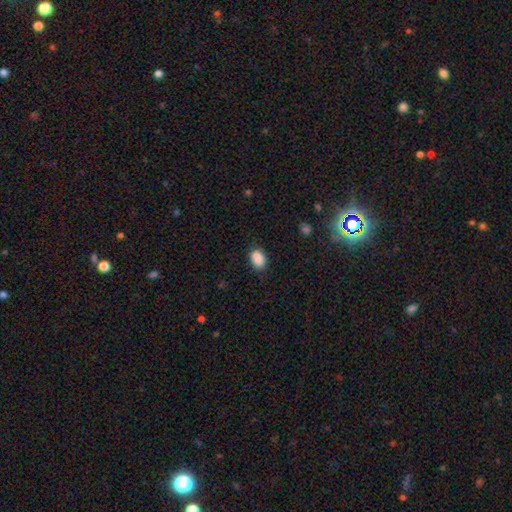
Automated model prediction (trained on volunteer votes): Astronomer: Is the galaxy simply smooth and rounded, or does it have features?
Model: smooth — 88%.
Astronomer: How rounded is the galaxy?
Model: in between — 83%.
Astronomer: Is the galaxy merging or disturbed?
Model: none — 80%.